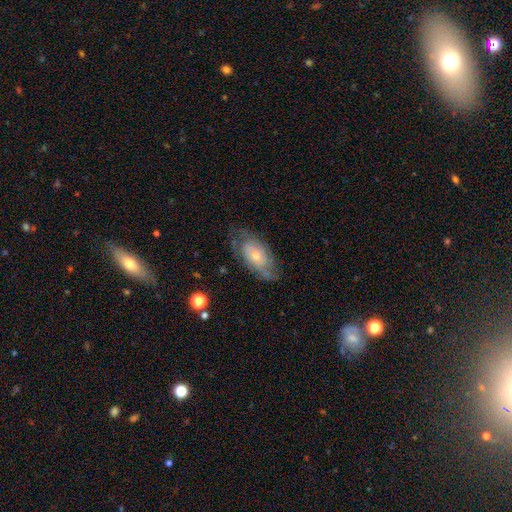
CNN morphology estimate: This is likely a featured or disk galaxy (66%). It is clearly not viewed edge-on (91%). Bar: likely no (77%). Spiral arm pattern: likely yes (79%). Central bulge: possibly small (57%). Merging: likely none (66%).